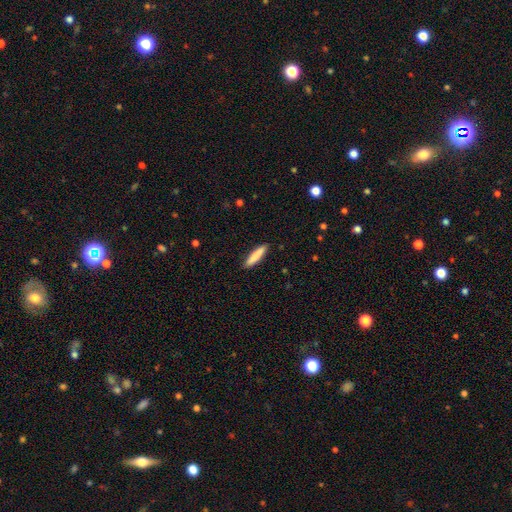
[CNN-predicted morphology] A smooth galaxy with no disk features (84%) that is cigar-shaped (86%). Merging: none (90%).